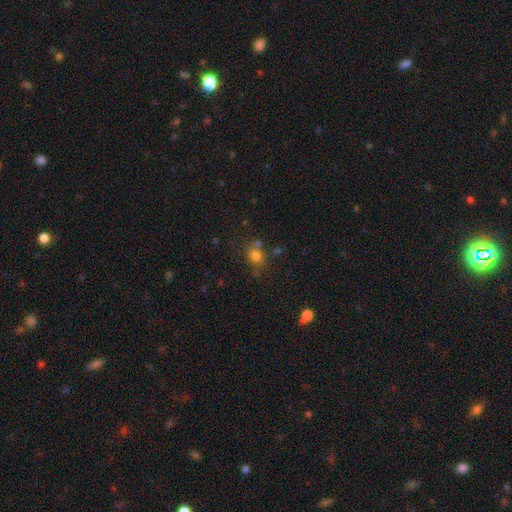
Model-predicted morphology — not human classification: Smooth or featured: smooth — 76% (star or artifact — 15%)
How rounded: round — 61% (in between — 37%)
Merging: none — 62% (minor disturbance — 16%)